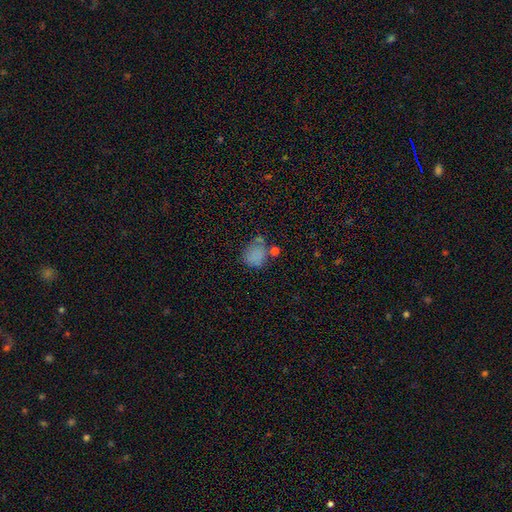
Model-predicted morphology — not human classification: smooth_or_featured: smooth (p=0.76) [alt: star or artifact p=0.15]
how_rounded: round (p=0.58) [alt: in between p=0.41]
merging: none (p=0.53) [alt: minor disturbance p=0.22]